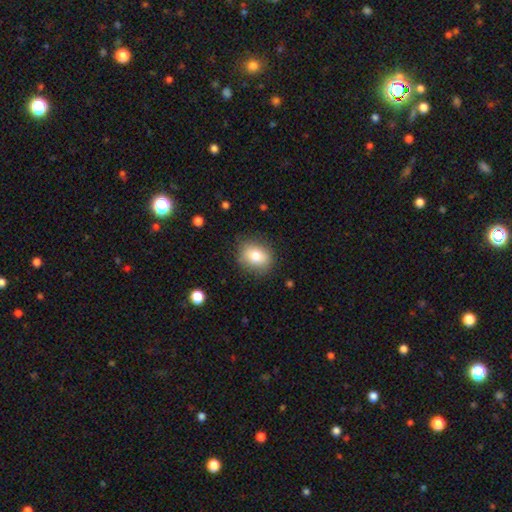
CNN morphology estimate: type=smooth (79%); roundness=round (50%); merging=none (83%).